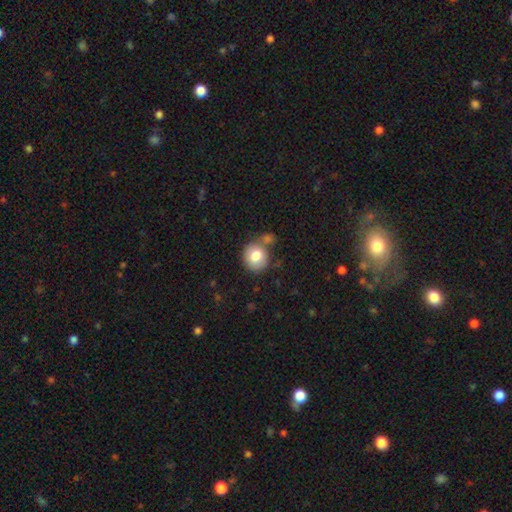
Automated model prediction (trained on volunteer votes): Smooth or featured: smooth — 80% (featured or disk — 12%)
How rounded: round — 82% (in between — 17%)
Merging: none — 56% (merger — 22%)